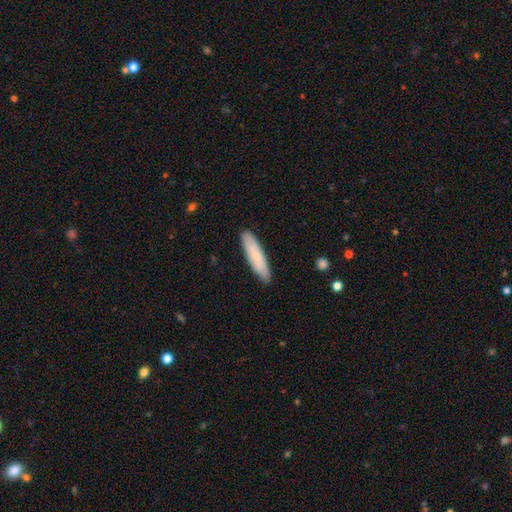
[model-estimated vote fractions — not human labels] smooth_or_featured: smooth (p=0.78) [alt: featured or disk p=0.16]
how_rounded: cigar-shaped (p=0.78) [alt: in between p=0.21]
merging: none (p=0.89) [alt: minor disturbance p=0.09]